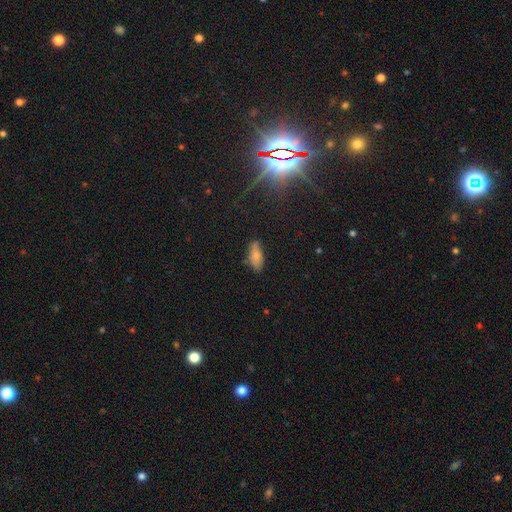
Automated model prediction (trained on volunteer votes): smooth_or_featured: smooth (p=0.78) [alt: featured or disk p=0.13]
how_rounded: in between (p=0.81) [alt: cigar-shaped p=0.16]
merging: none (p=0.69) [alt: minor disturbance p=0.22]